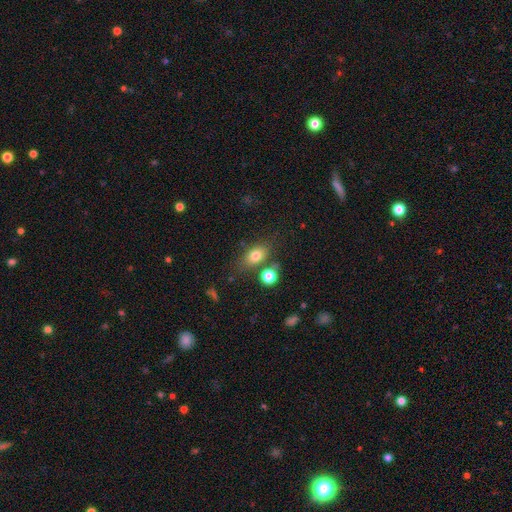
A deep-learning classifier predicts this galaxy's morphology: Smooth or featured? Predicted: smooth (p=0.78). How rounded? Predicted: in between (p=0.77). Merging? Predicted: none (p=0.67).